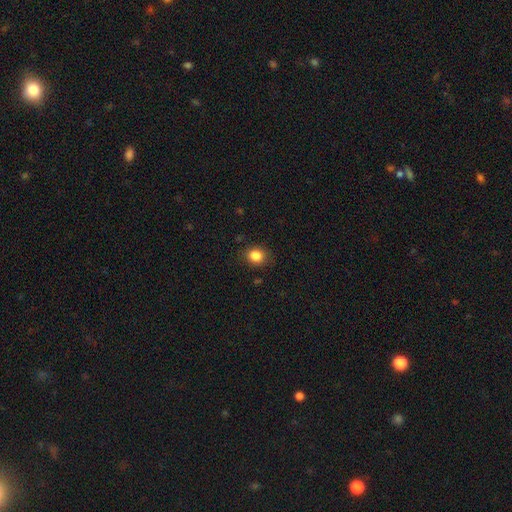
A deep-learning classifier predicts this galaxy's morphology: A smooth galaxy with no disk features (85%) that is round (68%). Merging: none (84%).